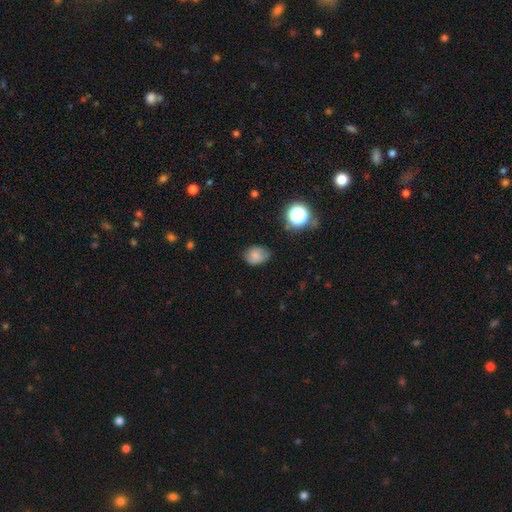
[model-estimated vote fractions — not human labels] Q: Smooth or featured?
A: smooth (72%); runner-up: featured or disk (15%)
Q: How rounded?
A: in between (59%); runner-up: round (40%)
Q: Merging?
A: none (65%); runner-up: minor disturbance (27%)